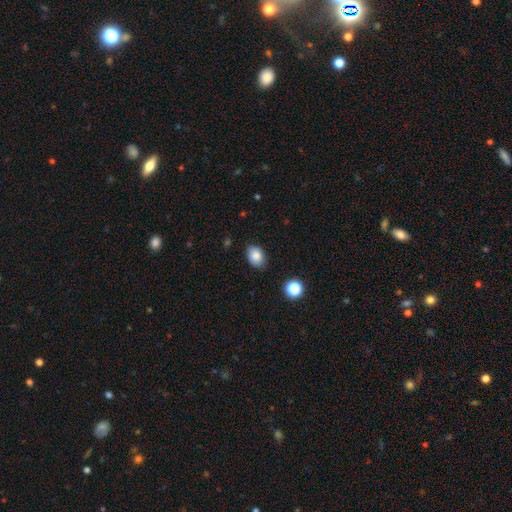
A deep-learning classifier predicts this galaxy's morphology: A smooth galaxy with no disk features (85%) that is in between round and cigar-shaped (74%).

Vote fractions:
- Smooth or featured? smooth: 85% / star or artifact: 9% / featured or disk: 6%
- How rounded? in between: 74% / round: 25% / cigar-shaped: 1%
- Merging? none: 84% / minor disturbance: 12% / major disturbance: 2% / merger: 2%